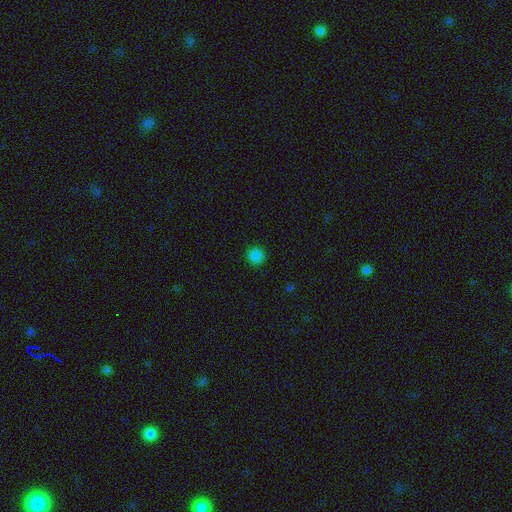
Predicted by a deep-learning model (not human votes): This appears to be a smooth galaxy with no disk features (84%) that is round (94%). Merging: none (91%).